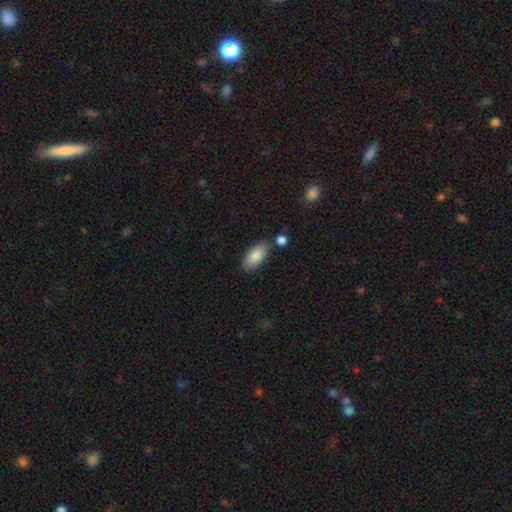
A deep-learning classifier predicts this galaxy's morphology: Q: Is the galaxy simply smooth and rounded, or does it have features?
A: smooth — 84%.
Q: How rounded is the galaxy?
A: in between — 91%.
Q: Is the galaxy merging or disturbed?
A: none — 78%.